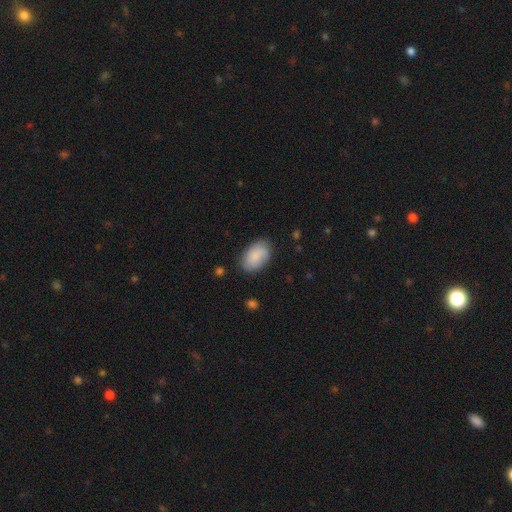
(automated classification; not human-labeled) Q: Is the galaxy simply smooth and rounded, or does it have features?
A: smooth — 84%.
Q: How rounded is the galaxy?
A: in between — 92%.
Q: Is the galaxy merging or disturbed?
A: none — 80%.